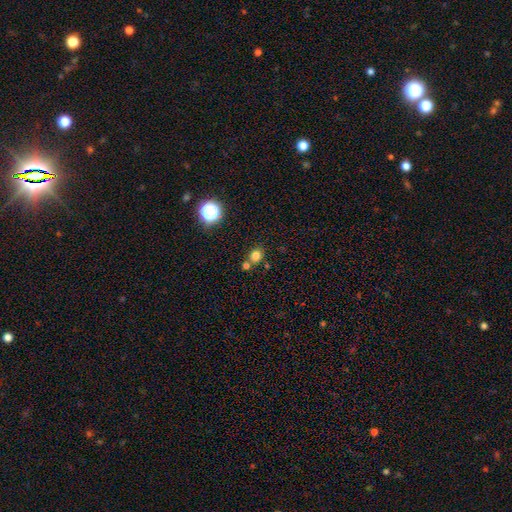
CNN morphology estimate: This appears to be a smooth galaxy with no disk features (77%) that is round (72%). Merging: none (68%).